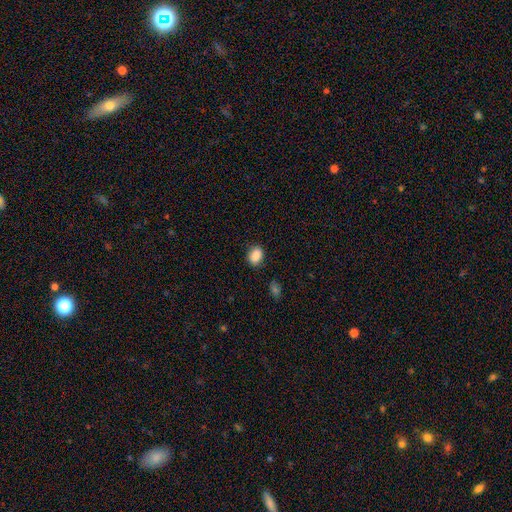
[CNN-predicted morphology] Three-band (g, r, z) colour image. It shows a smooth galaxy with no disk features (88%) that is in between round and cigar-shaped (66%). Merging: none (84%).